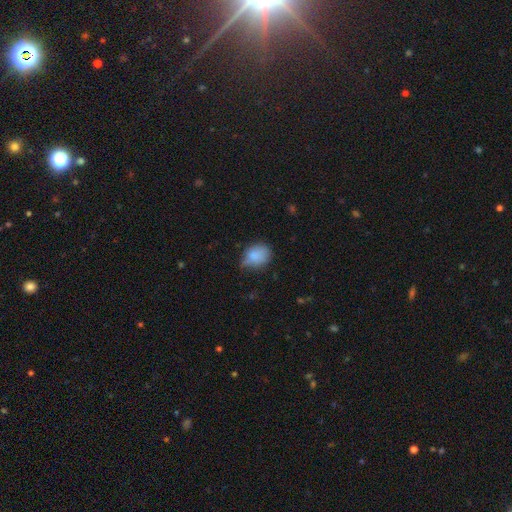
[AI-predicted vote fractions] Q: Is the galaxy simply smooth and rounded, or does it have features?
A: smooth — 83%.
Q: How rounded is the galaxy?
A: in between — 51%.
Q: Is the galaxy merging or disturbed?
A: none — 49%.